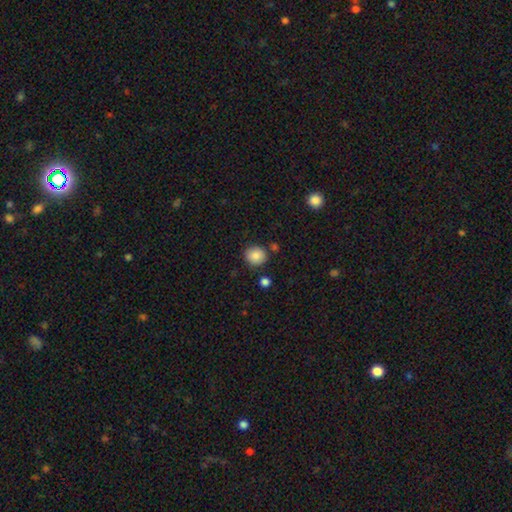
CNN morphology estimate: A smooth galaxy with no disk features (86%) that is round (87%).

Vote fractions:
- Smooth or featured? smooth: 86% / star or artifact: 9% / featured or disk: 5%
- How rounded? round: 87% / in between: 12% / cigar-shaped: 1%
- Merging? none: 84% / minor disturbance: 9% / merger: 4% / major disturbance: 2%